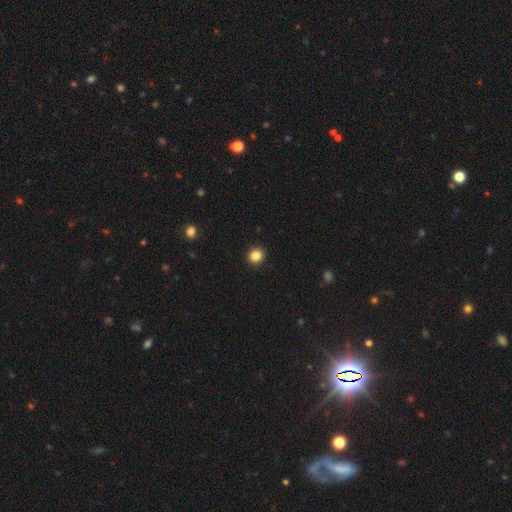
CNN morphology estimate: The model was most divided on "how rounded": round: 81%, in between: 18%, cigar-shaped: 1%. More confident: merging — none (92%); smooth or featured — smooth (86%).